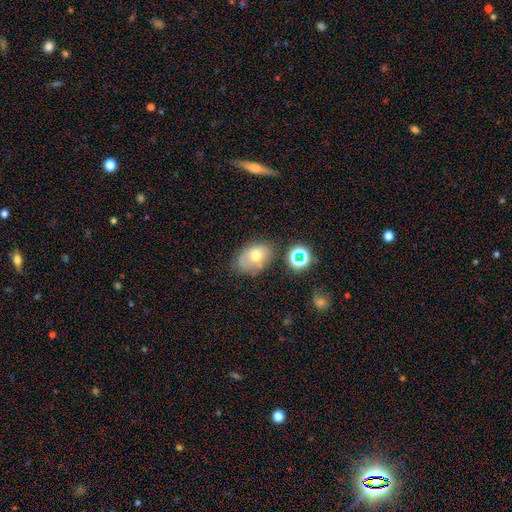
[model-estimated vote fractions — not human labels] Smooth or featured?
  - smooth: 64% *
  - featured or disk: 23%
  - star or artifact: 13%
How rounded?
  - in between: 79% *
  - round: 20%
  - cigar-shaped: 1%
Merging?
  - none: 59% *
  - minor disturbance: 24%
  - merger: 8%
  - major disturbance: 8%